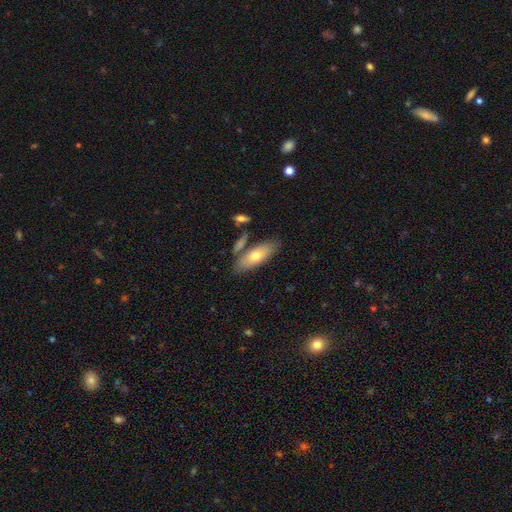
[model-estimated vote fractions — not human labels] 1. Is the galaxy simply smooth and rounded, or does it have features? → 67% smooth, 27% featured or disk, 6% star or artifact.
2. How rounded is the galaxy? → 67% in between, 31% cigar-shaped, 2% round.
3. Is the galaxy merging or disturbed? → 74% none, 13% minor disturbance, 10% merger, 3% major disturbance.